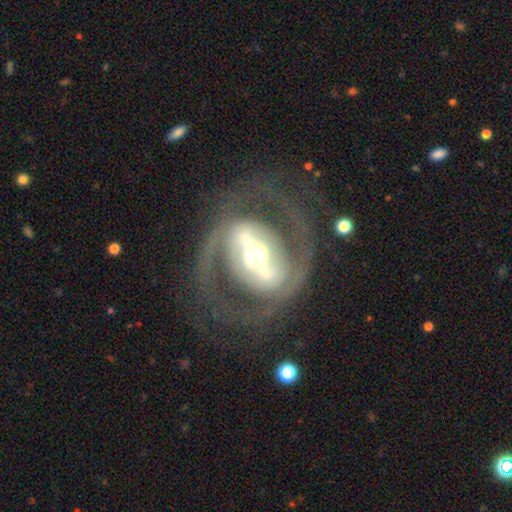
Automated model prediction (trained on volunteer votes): Smooth or featured? featured or disk (86%)
Edge-on disk? no (95%)
Bar? strong (67%)
Spiral arms? yes (75%)
Spiral winding? medium (47%)
Spiral arm count? 2 (86%)
Bulge size? moderate (62%)
Merging? none (73%)